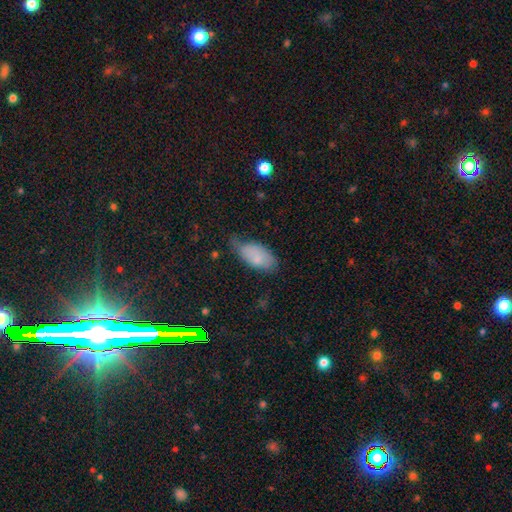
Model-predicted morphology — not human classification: A smooth galaxy with no disk features (77%) that is in between round and cigar-shaped (92%).

Vote fractions:
- Smooth or featured? smooth: 77% / featured or disk: 14% / star or artifact: 8%
- How rounded? in between: 92% / cigar-shaped: 5% / round: 3%
- Merging? none: 44% / minor disturbance: 41% / major disturbance: 12% / merger: 3%